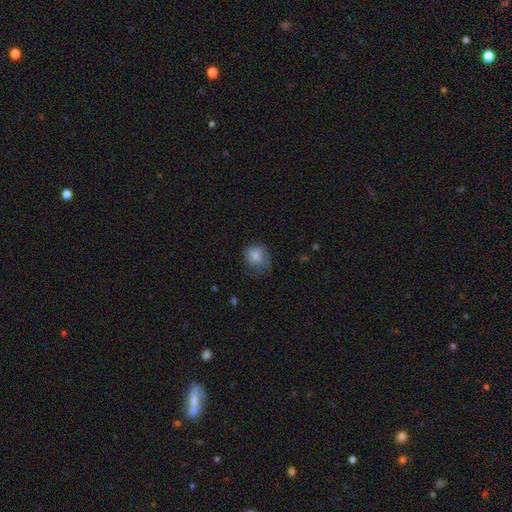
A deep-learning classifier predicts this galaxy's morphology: smooth_or_featured: smooth (p=0.80) [alt: featured or disk p=0.12]
how_rounded: round (p=0.69) [alt: in between p=0.30]
merging: none (p=0.47) [alt: minor disturbance p=0.33]